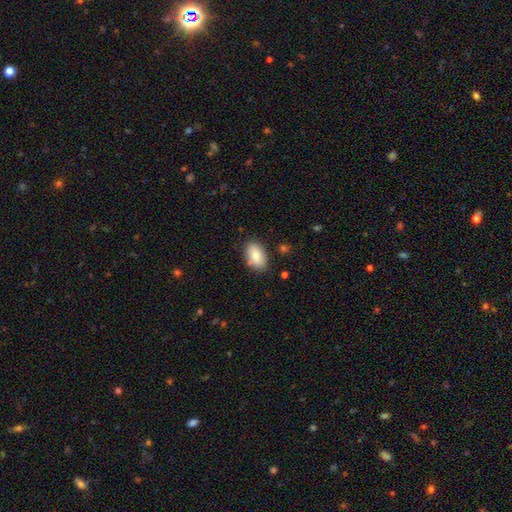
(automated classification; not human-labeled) Smooth or featured?
  - smooth: 84% *
  - featured or disk: 9%
  - star or artifact: 7%
How rounded?
  - in between: 93% *
  - round: 5%
  - cigar-shaped: 2%
Merging?
  - none: 82% *
  - minor disturbance: 13%
  - major disturbance: 3%
  - merger: 3%